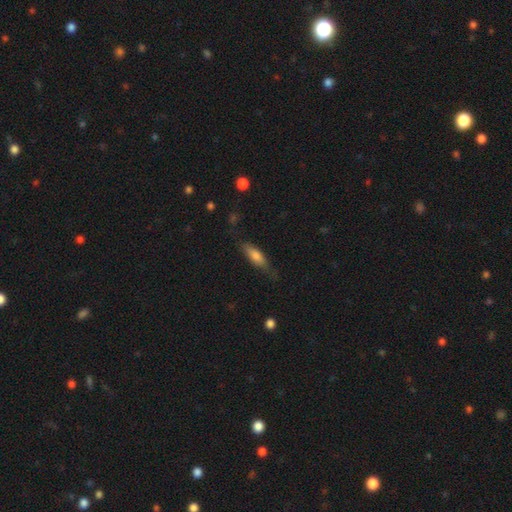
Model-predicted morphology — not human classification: Smooth or featured?
  - smooth: 70% *
  - featured or disk: 23%
  - star or artifact: 7%
How rounded?
  - cigar-shaped: 50% *
  - in between: 48%
  - round: 2%
Merging?
  - none: 68% *
  - minor disturbance: 24%
  - major disturbance: 7%
  - merger: 2%